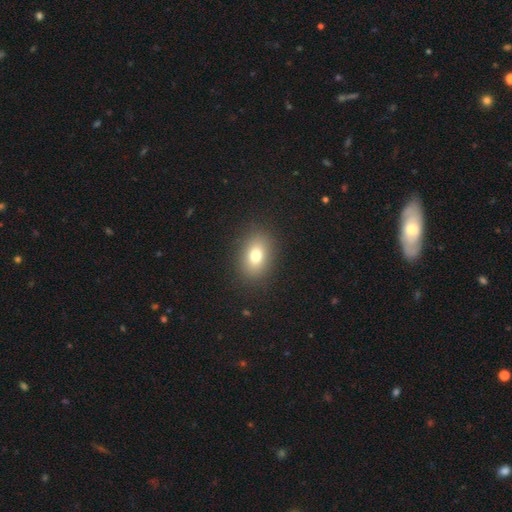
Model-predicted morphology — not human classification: Smooth or featured? Predicted: smooth (p=0.76). How rounded? Predicted: in between (p=0.73). Merging? Predicted: none (p=0.88).